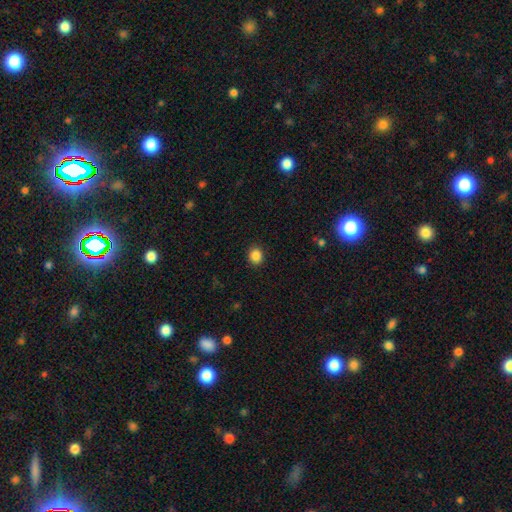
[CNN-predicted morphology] Smooth or featured? smooth (87%)
How rounded? round (73%)
Merging? none (91%)